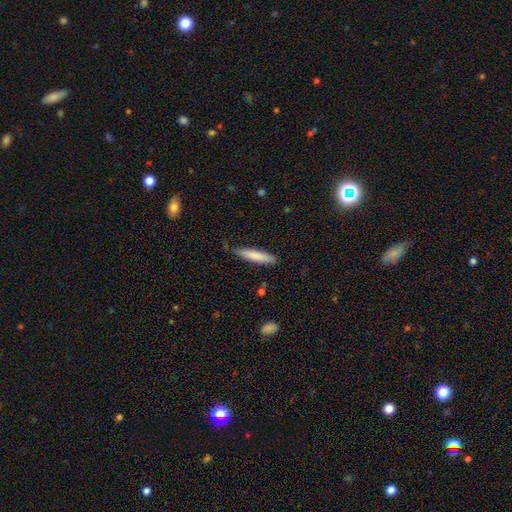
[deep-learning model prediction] Q: Smooth or featured?
A: smooth (80%); runner-up: featured or disk (14%)
Q: How rounded?
A: cigar-shaped (87%); runner-up: in between (12%)
Q: Merging?
A: none (79%); runner-up: minor disturbance (17%)